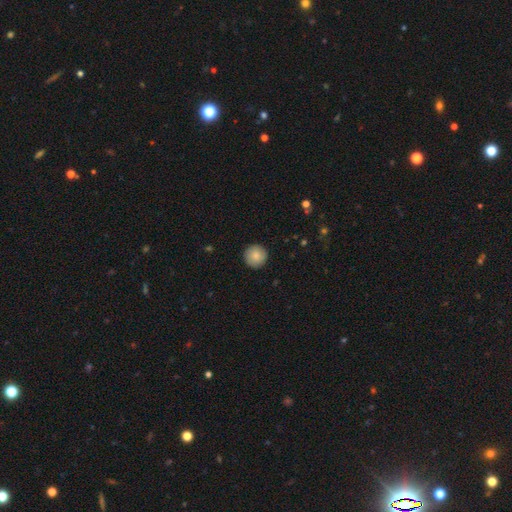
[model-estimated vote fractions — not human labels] Morphology: type=smooth (85%); roundness=round (96%); merging=none (91%).